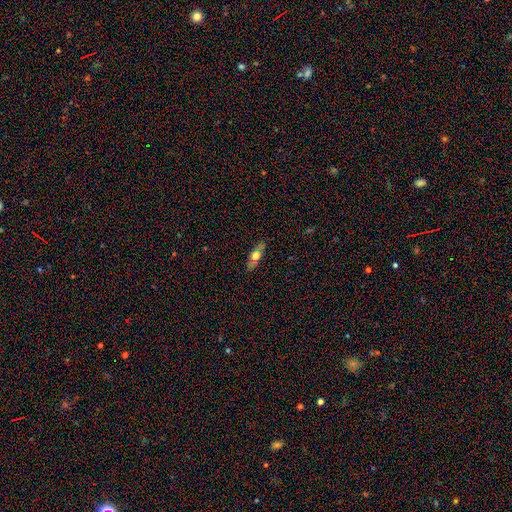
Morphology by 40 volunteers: smooth_or_featured: smooth (p=0.57) [alt: featured or disk p=0.38]
how_rounded: in between (p=0.57) [alt: cigar-shaped p=0.35]
merging: none (p=0.76) [alt: minor disturbance p=0.21]